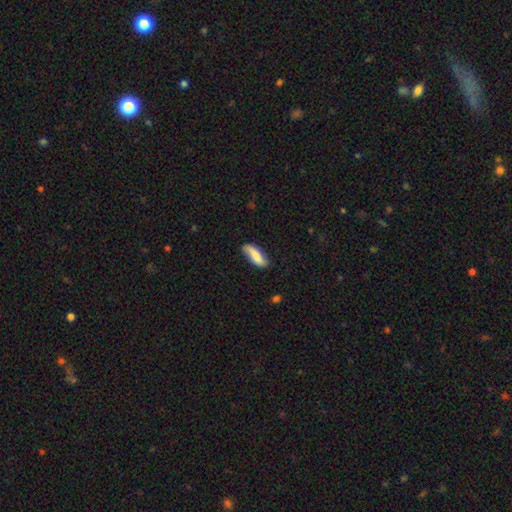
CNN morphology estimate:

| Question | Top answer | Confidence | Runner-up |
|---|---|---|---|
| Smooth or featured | smooth | 64% | featured or disk (29%) |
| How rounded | in between | 64% | cigar-shaped (34%) |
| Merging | none | 72% | minor disturbance (22%) |